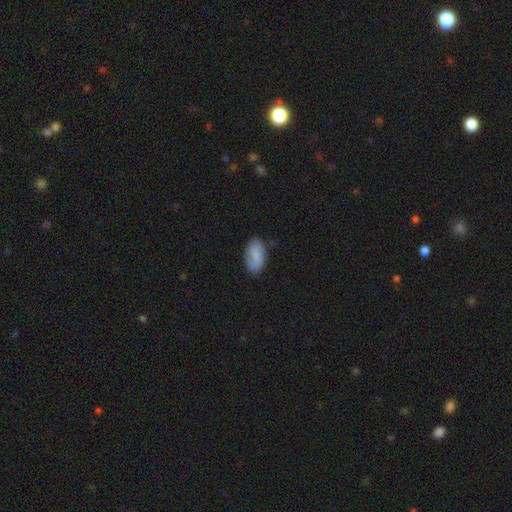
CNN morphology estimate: Smooth or featured: smooth — 74% (featured or disk — 19%)
How rounded: in between — 94% (round — 4%)
Merging: none — 74% (minor disturbance — 20%)